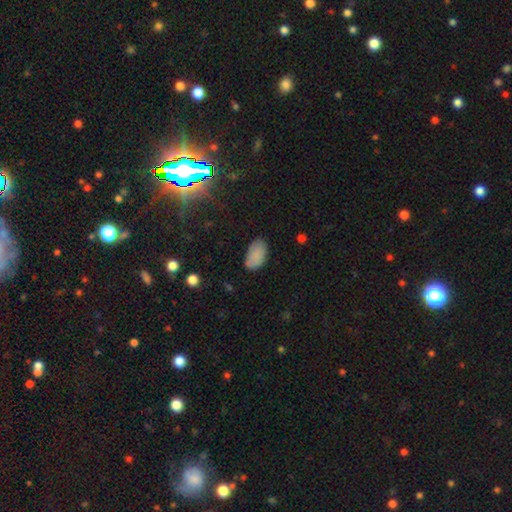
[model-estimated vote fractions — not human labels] Overall: smooth (86%). How rounded: in between (94%). Merging: none (77%).